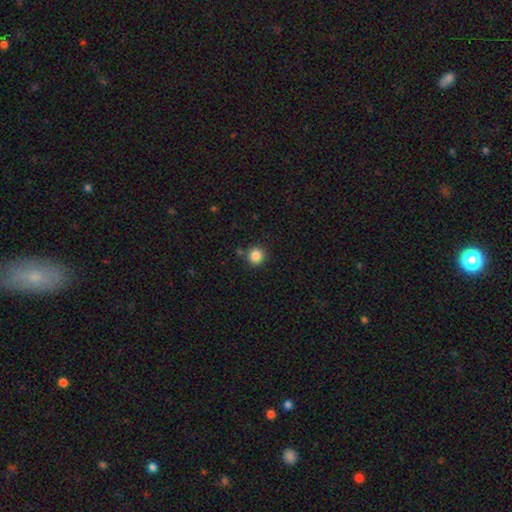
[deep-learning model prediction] smooth 85%, star or artifact 11%, featured or disk 4%. Down the decision tree: how rounded — round (93%); merging — none (87%).